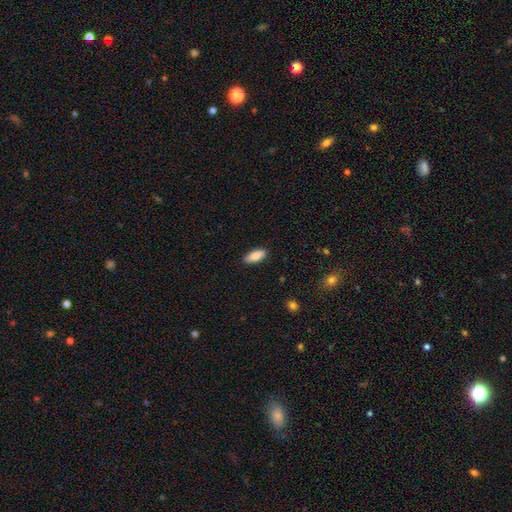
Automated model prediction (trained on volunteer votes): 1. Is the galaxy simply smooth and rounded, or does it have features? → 81% smooth, 13% featured or disk, 6% star or artifact.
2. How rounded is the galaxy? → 77% in between, 21% cigar-shaped, 2% round.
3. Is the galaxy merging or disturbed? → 88% none, 9% minor disturbance, 2% major disturbance, 1% merger.